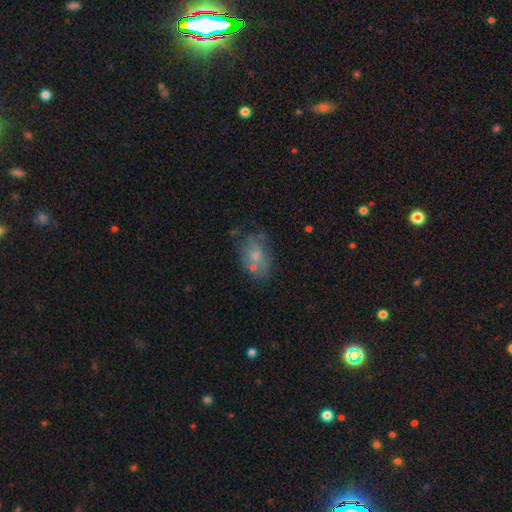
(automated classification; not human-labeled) The model was most divided on "smooth or featured": smooth: 57%, featured or disk: 32%, star or artifact: 11%. More confident: how rounded — in between (83%); merging — none (53%).